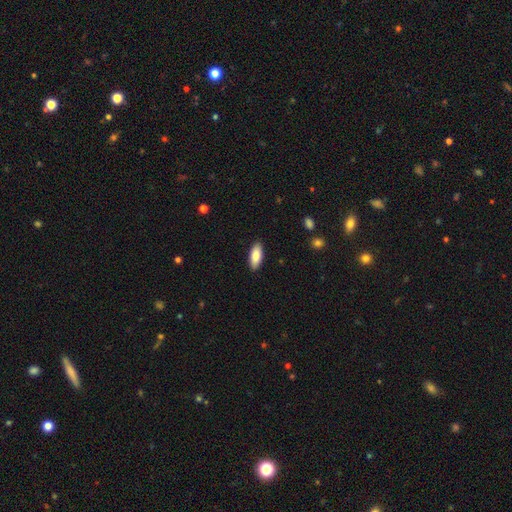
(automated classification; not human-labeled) The model was most divided on "how rounded": in between: 79%, cigar-shaped: 19%, round: 2%. More confident: merging — none (89%); smooth or featured — smooth (85%).